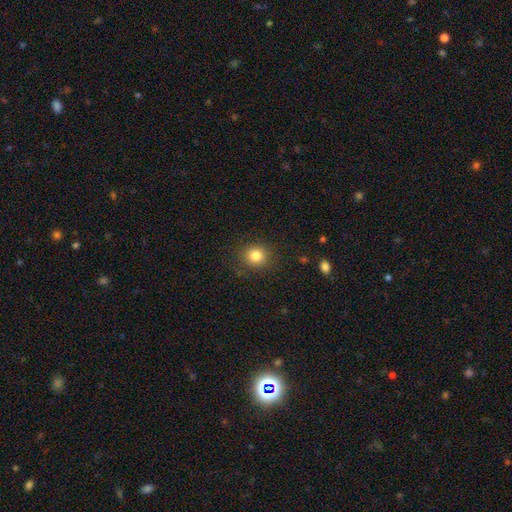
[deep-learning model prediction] Overall: smooth (83%). How rounded: round (86%). Merging: none (88%).